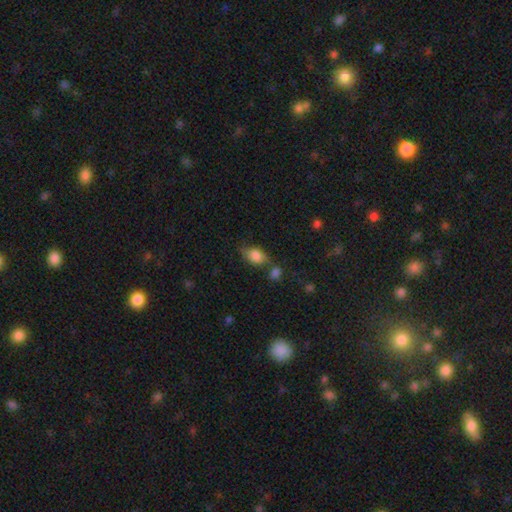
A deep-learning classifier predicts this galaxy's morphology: type=smooth (82%); roundness=in between (78%); merging=none (51%).